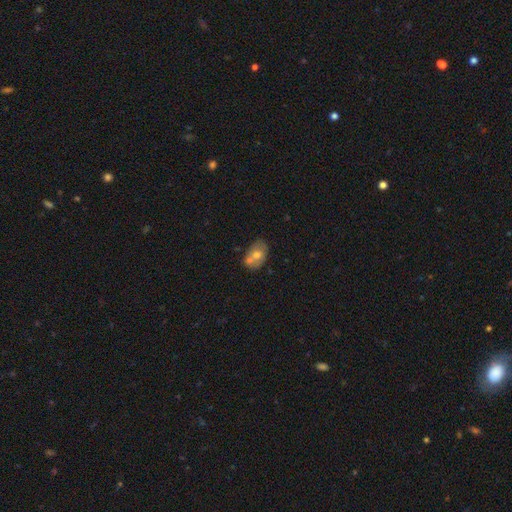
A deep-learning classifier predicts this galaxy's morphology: Q: Smooth or featured?
A: smooth (60%); runner-up: featured or disk (32%)
Q: How rounded?
A: in between (81%); runner-up: round (17%)
Q: Merging?
A: none (41%); runner-up: merger (35%)